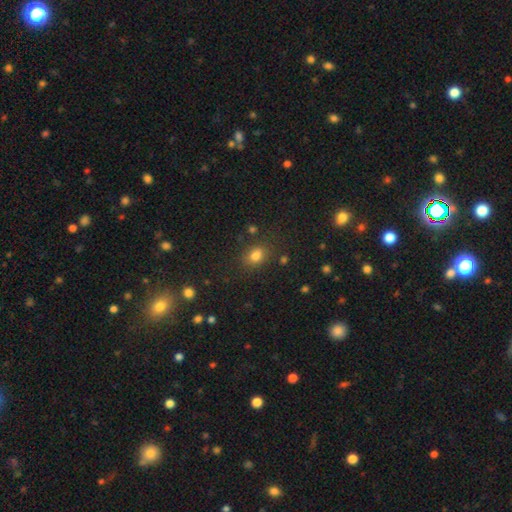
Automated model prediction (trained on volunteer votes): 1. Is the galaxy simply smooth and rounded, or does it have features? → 78% smooth, 14% star or artifact, 7% featured or disk.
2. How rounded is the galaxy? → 60% in between, 38% round, 2% cigar-shaped.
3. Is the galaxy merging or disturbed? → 75% none, 15% minor disturbance, 5% merger, 5% major disturbance.